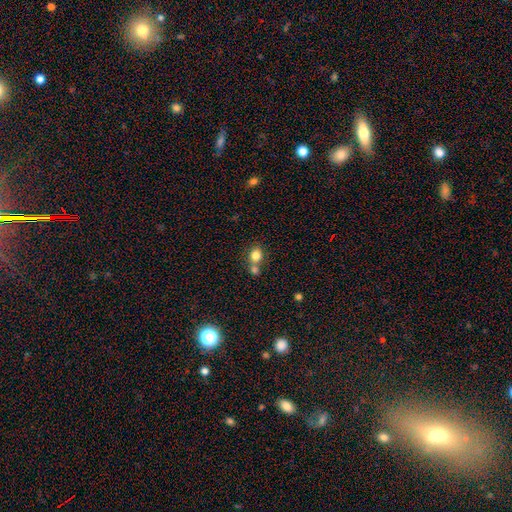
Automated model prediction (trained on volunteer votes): smooth_or_featured: smooth (p=0.80) [alt: star or artifact p=0.11]
how_rounded: round (p=0.63) [alt: in between p=0.36]
merging: none (p=0.46) [alt: merger p=0.42]